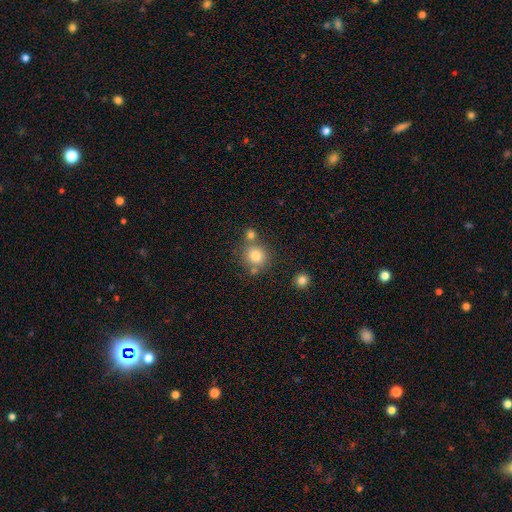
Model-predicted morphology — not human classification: This is likely a smooth galaxy (79%). How rounded: clearly round (89%). Merging: likely none (64%).